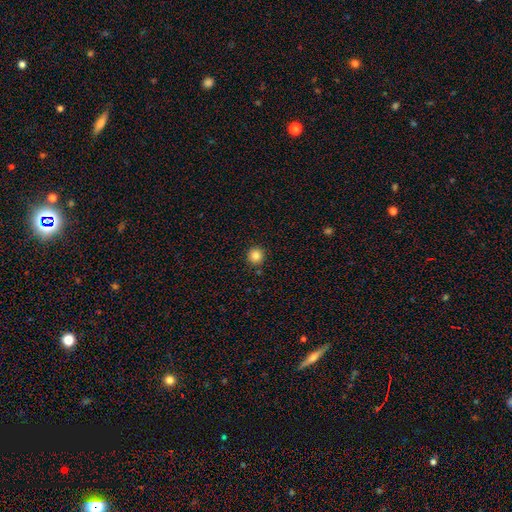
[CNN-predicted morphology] Overall: smooth (84%). How rounded: round (95%). Merging: none (90%).